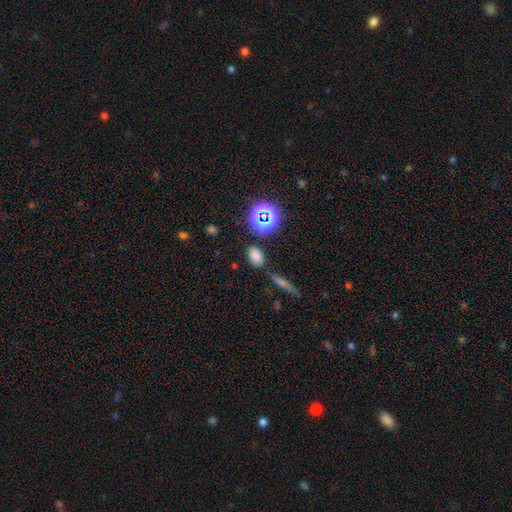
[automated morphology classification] Smooth or featured?
  - smooth: 75% *
  - star or artifact: 19%
  - featured or disk: 6%
How rounded?
  - in between: 82% *
  - round: 16%
  - cigar-shaped: 3%
Merging?
  - none: 80% *
  - minor disturbance: 11%
  - merger: 6%
  - major disturbance: 3%